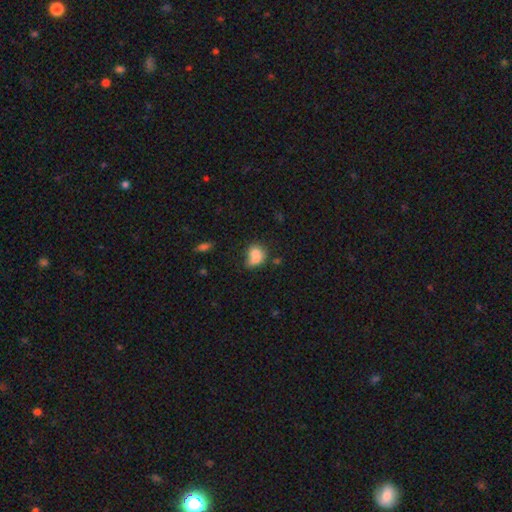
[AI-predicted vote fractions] Smooth or featured? smooth (72%)
How rounded? in between (51%)
Merging? merger (45%)